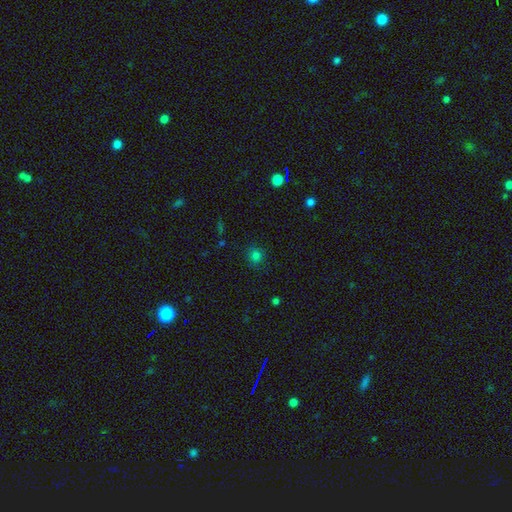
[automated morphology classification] This is likely a smooth galaxy (79%). How rounded: clearly round (85%). Merging: clearly none (86%).